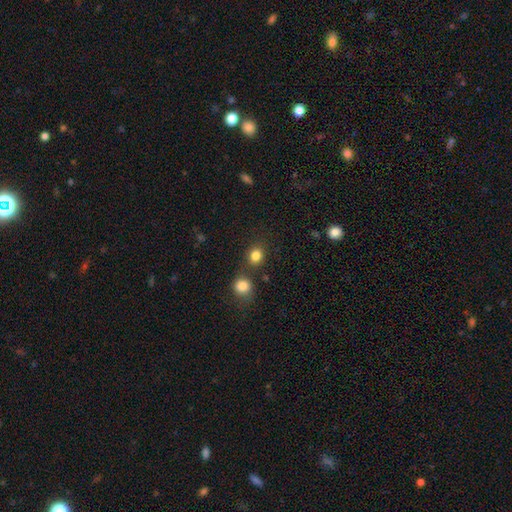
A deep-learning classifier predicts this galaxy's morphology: A smooth galaxy with no disk features (82%) that is round (75%).

Vote fractions:
- Smooth or featured? smooth: 82% / star or artifact: 13% / featured or disk: 5%
- How rounded? round: 75% / in between: 24% / cigar-shaped: 1%
- Merging? none: 72% / merger: 16% / minor disturbance: 9% / major disturbance: 3%